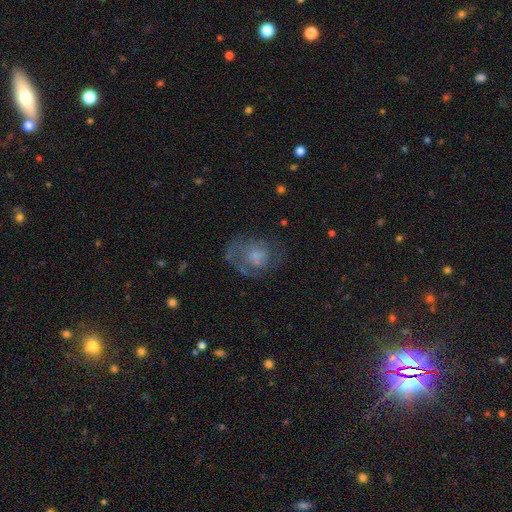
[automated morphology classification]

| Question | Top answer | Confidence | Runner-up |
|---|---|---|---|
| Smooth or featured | featured or disk | 54% | smooth (36%) |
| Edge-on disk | no | 97% | yes (3%) |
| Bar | no | 78% | weak (19%) |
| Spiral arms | yes | 61% | no (39%) |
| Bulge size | small | 32% | moderate (28%) |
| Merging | none | 50% | major disturbance (27%) |